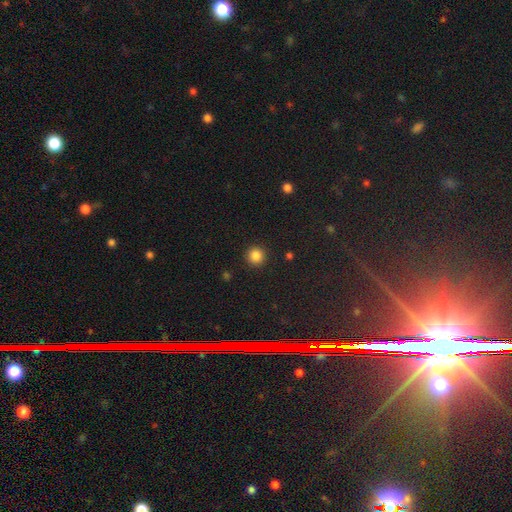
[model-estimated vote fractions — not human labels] This is clearly a smooth galaxy (85%). How rounded: clearly round (95%). Merging: clearly none (92%).